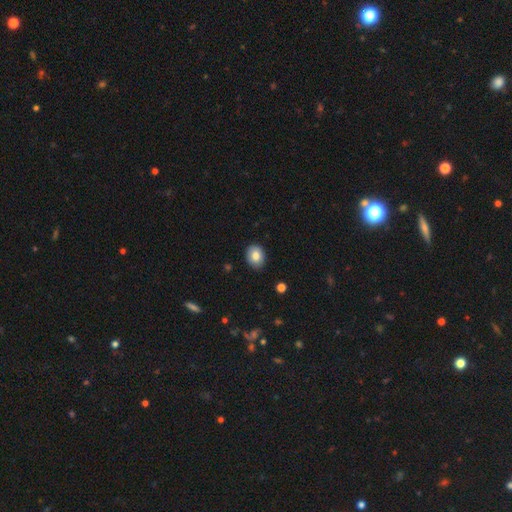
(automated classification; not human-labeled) smooth 81%, featured or disk 10%, star or artifact 8%. Down the decision tree: how rounded — in between (53%); merging — none (87%).